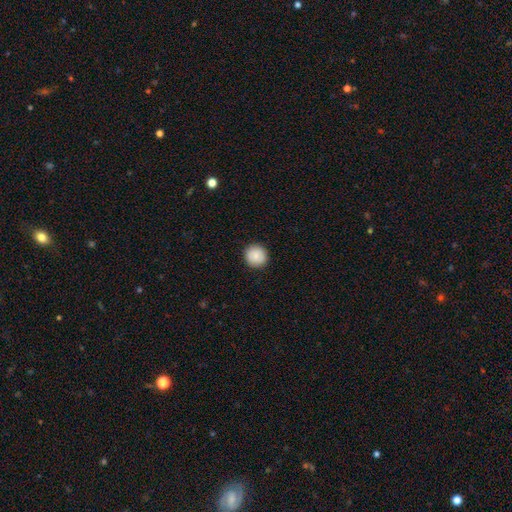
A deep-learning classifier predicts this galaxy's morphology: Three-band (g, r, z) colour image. It shows a smooth galaxy with no disk features (86%) that is round (95%). Merging: none (91%).